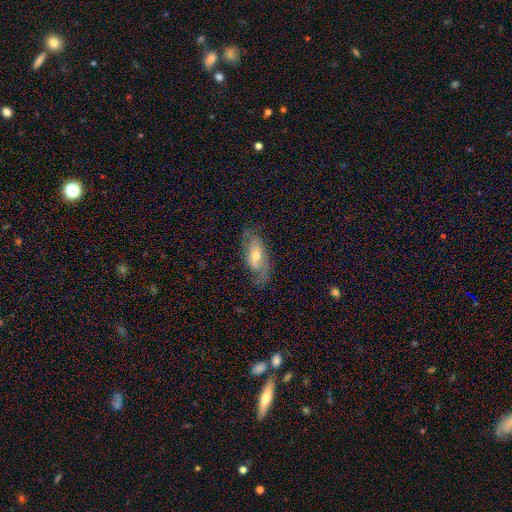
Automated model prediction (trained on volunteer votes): A featured or disk galaxy (64%) with no bar (43%), spiral arms (80%) and a moderate central bulge (59%). Merging: none (70%).